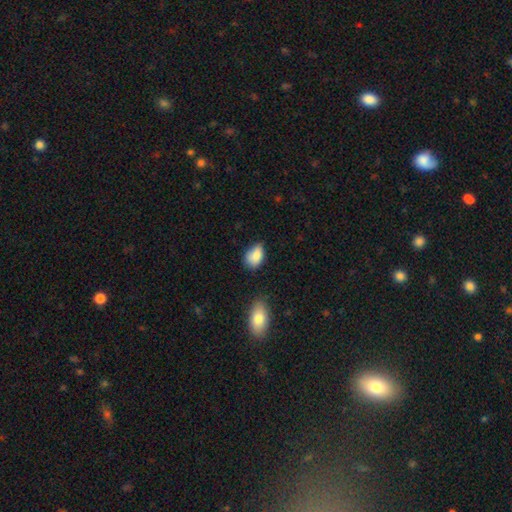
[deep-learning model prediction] Morphology: type=smooth (83%); roundness=in between (85%); merging=none (51%).